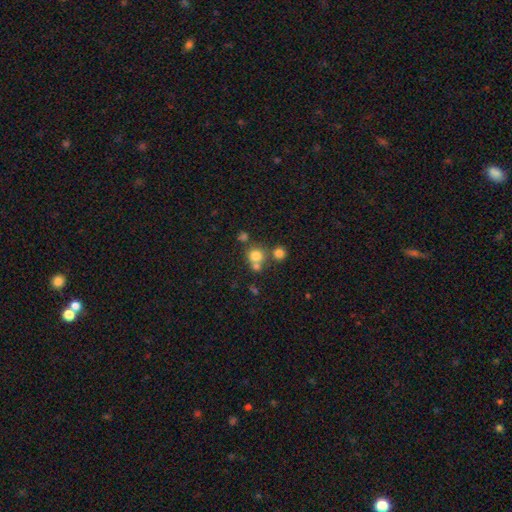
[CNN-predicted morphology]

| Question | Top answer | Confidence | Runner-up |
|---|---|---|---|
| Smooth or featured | smooth | 73% | star or artifact (16%) |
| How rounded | round | 87% | in between (12%) |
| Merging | none | 55% | merger (33%) |